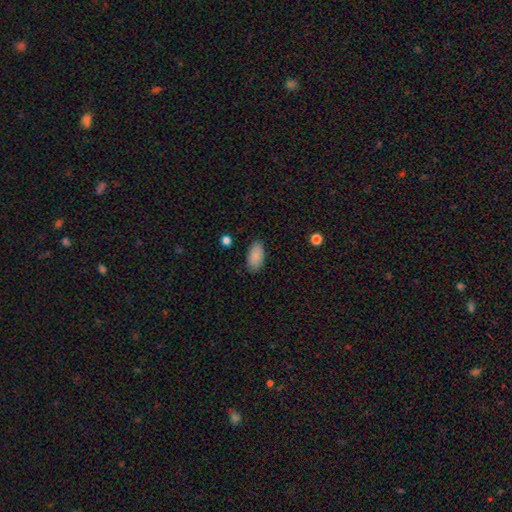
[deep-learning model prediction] Morphology: type=smooth (89%); roundness=in between (94%); merging=none (86%).